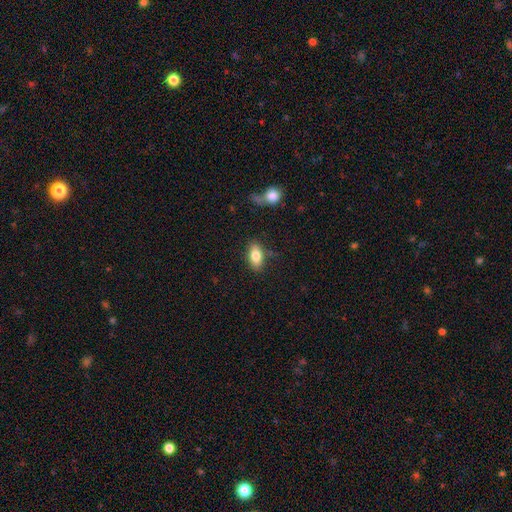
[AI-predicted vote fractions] smooth_or_featured: smooth (p=0.80) [alt: featured or disk p=0.13]
how_rounded: in between (p=0.89) [alt: round p=0.06]
merging: none (p=0.81) [alt: minor disturbance p=0.12]